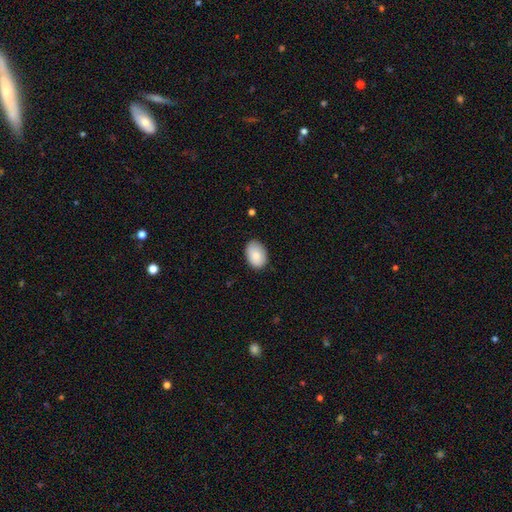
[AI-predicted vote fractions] A smooth galaxy with no disk features (85%) that is in between round and cigar-shaped (87%).

Vote fractions:
- Smooth or featured? smooth: 85% / featured or disk: 9% / star or artifact: 6%
- How rounded? in between: 87% / round: 12% / cigar-shaped: 1%
- Merging? none: 84% / minor disturbance: 13% / major disturbance: 2% / merger: 1%